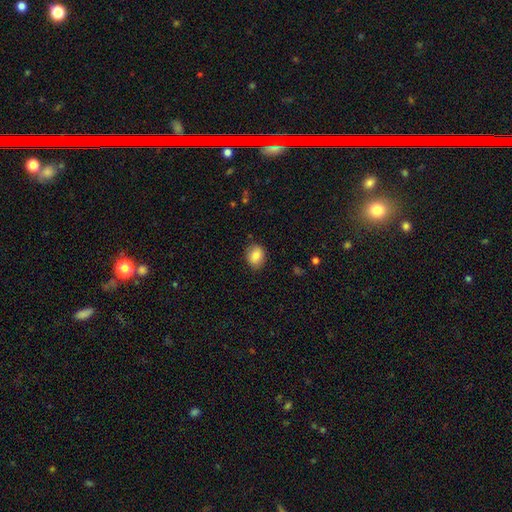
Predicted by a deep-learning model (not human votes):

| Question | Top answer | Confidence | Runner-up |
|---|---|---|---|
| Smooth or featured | smooth | 86% | star or artifact (8%) |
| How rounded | in between | 54% | round (45%) |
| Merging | none | 82% | minor disturbance (14%) |